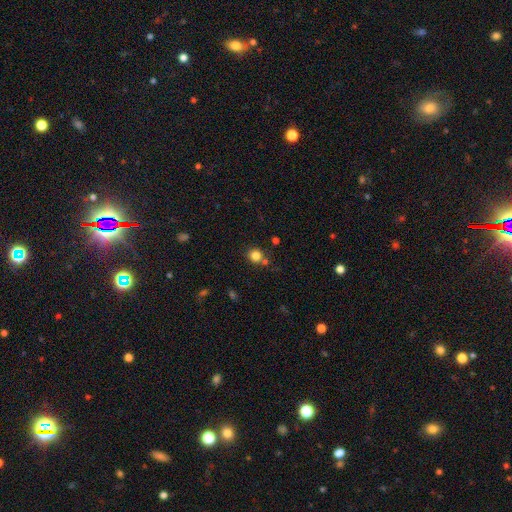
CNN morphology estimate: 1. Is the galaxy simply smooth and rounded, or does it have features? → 82% smooth, 13% star or artifact, 6% featured or disk.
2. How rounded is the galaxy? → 88% round, 11% in between, 1% cigar-shaped.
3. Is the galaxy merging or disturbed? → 73% none, 14% merger, 10% minor disturbance, 3% major disturbance.